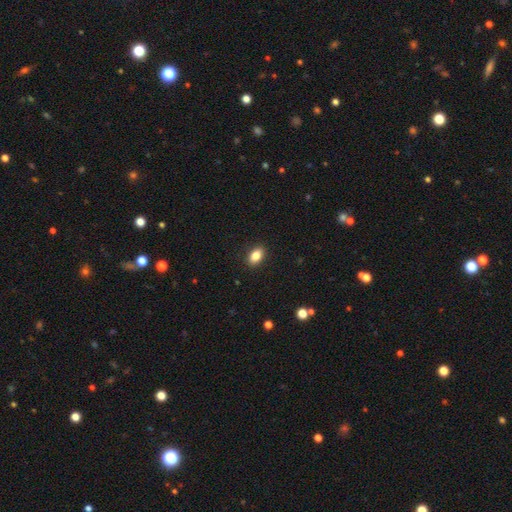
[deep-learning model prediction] Q: Smooth or featured?
A: smooth (84%); runner-up: star or artifact (9%)
Q: How rounded?
A: in between (86%); runner-up: round (12%)
Q: Merging?
A: none (90%); runner-up: minor disturbance (8%)